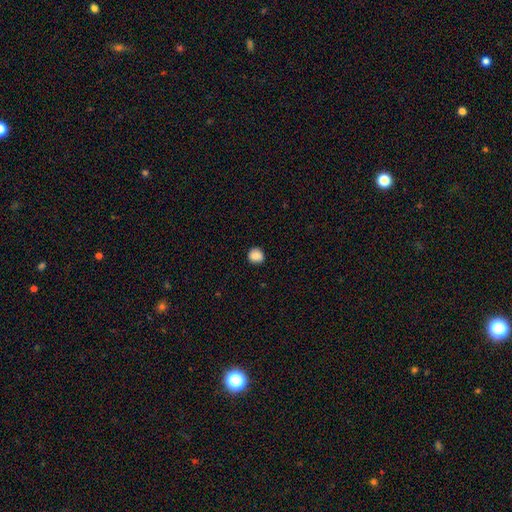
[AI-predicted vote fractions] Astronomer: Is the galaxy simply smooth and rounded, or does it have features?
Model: smooth — 88%.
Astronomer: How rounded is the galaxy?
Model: round — 89%.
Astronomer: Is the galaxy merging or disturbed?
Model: none — 90%.